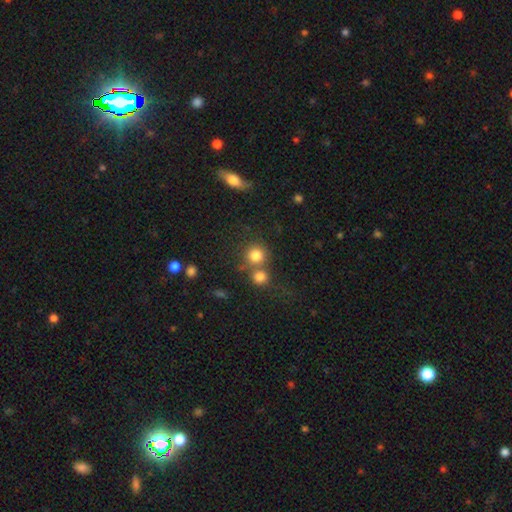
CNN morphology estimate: A smooth galaxy with no disk features (81%) that is round (89%). Merging: none (53%).